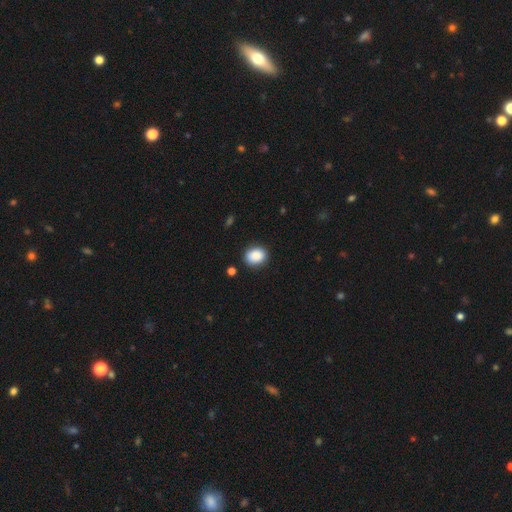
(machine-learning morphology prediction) This appears to be a smooth galaxy with no disk features (88%) that is in between round and cigar-shaped (52%). Merging: none (86%).